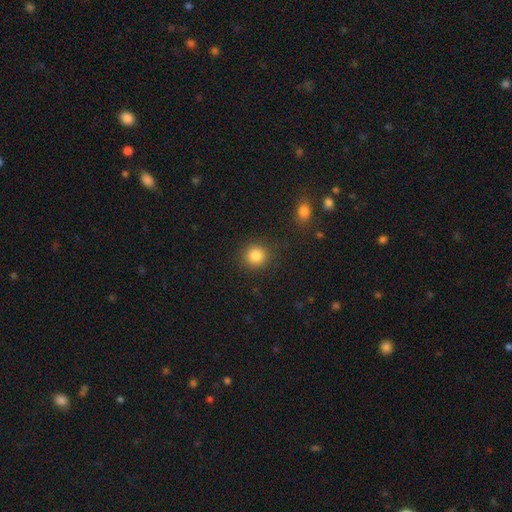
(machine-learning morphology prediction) Smooth or featured: smooth — 85% (star or artifact — 11%)
How rounded: round — 91% (in between — 8%)
Merging: none — 89% (minor disturbance — 7%)